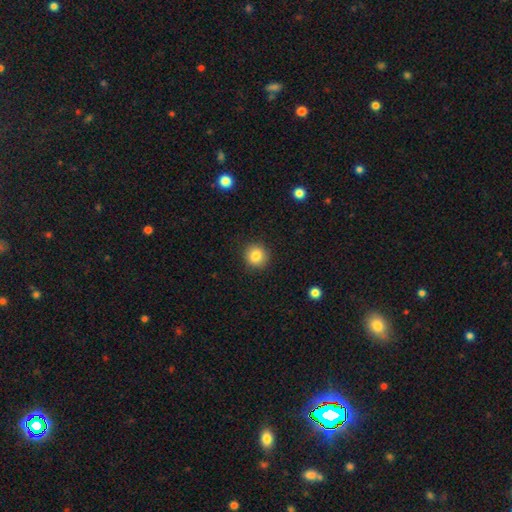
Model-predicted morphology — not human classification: A smooth galaxy with no disk features (84%) that is round (92%).

Vote fractions:
- Smooth or featured? smooth: 84% / star or artifact: 10% / featured or disk: 6%
- How rounded? round: 92% / in between: 7% / cigar-shaped: 1%
- Merging? none: 91% / minor disturbance: 6% / major disturbance: 2% / merger: 1%